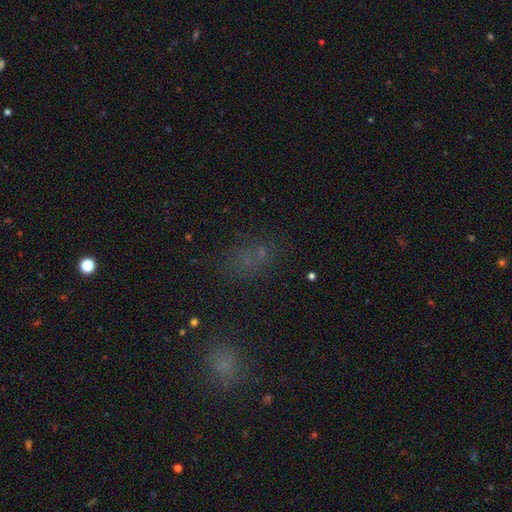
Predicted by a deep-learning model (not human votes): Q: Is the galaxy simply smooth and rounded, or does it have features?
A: smooth — 53%.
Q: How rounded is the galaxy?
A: in between — 68%.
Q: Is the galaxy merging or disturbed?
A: none — 66%.